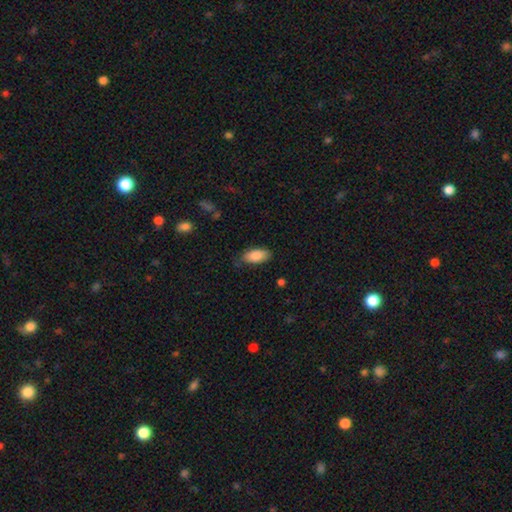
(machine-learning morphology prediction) Smooth or featured? Predicted: smooth (p=0.88). How rounded? Predicted: in between (p=0.91). Merging? Predicted: none (p=0.70).